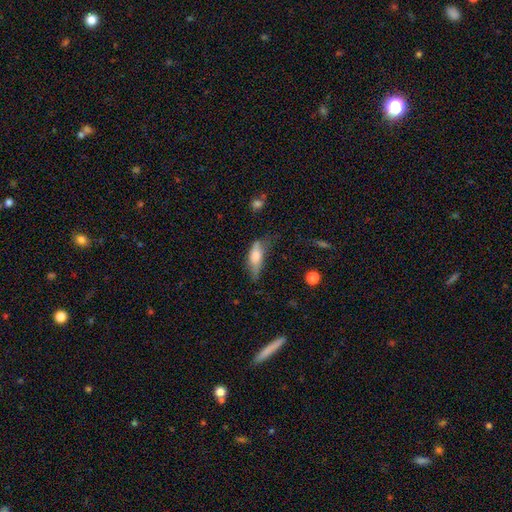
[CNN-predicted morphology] smooth_or_featured: smooth (p=0.68) [alt: featured or disk p=0.24]
how_rounded: in between (p=0.66) [alt: cigar-shaped p=0.31]
merging: none (p=0.38) [alt: minor disturbance p=0.36]